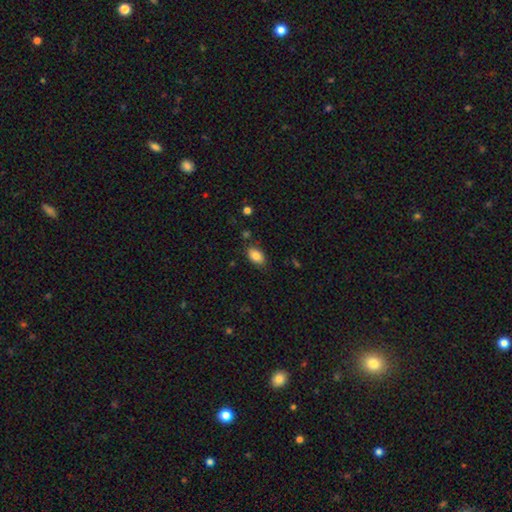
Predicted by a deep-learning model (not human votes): A smooth galaxy with no disk features (84%) that is in between round and cigar-shaped (90%).

Vote fractions:
- Smooth or featured? smooth: 84% / star or artifact: 8% / featured or disk: 8%
- How rounded? in between: 90% / round: 8% / cigar-shaped: 2%
- Merging? none: 80% / minor disturbance: 14% / major disturbance: 3% / merger: 3%